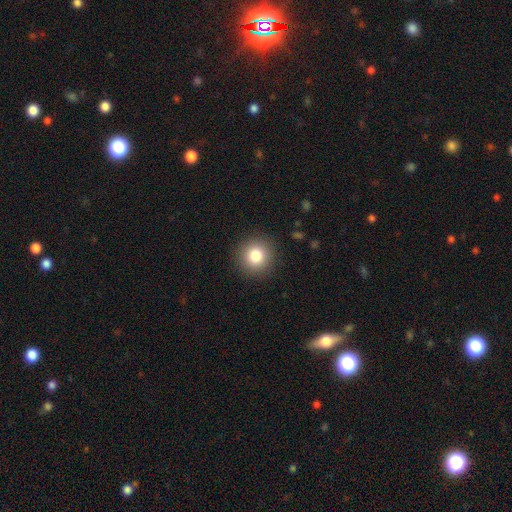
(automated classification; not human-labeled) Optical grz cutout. It shows a smooth galaxy with no disk features (81%) that is round (93%). Merging: none (91%).